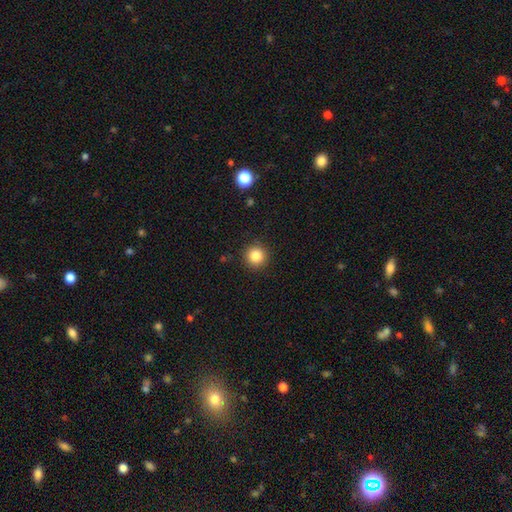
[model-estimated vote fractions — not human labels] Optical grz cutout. It shows a smooth galaxy with no disk features (84%) that is round (95%). Merging: none (91%).